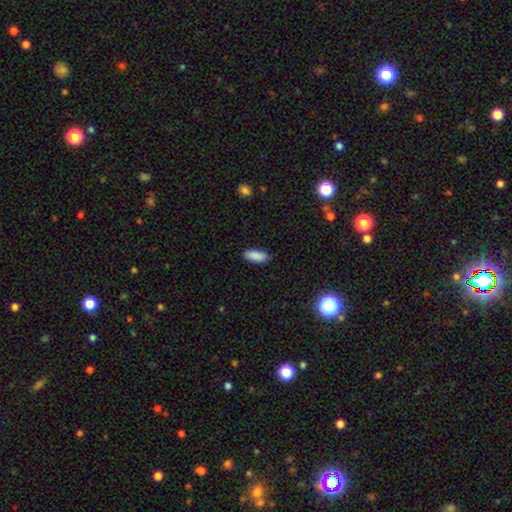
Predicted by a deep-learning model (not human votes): Smooth or featured? Predicted: smooth (p=0.89). How rounded? Predicted: in between (p=0.81). Merging? Predicted: none (p=0.88).